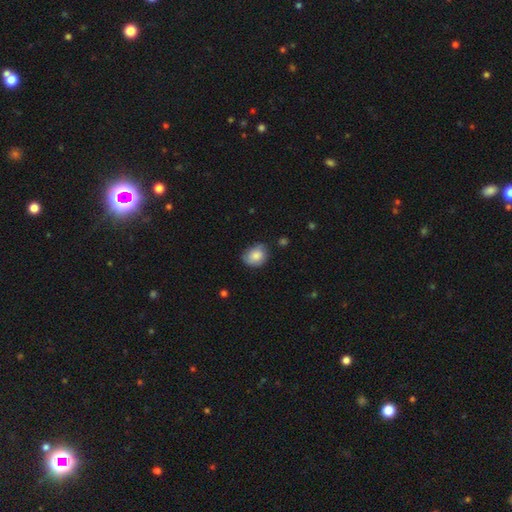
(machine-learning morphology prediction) smooth 81%, featured or disk 12%, star or artifact 7%. Down the decision tree: how rounded — in between (56%); merging — none (64%).